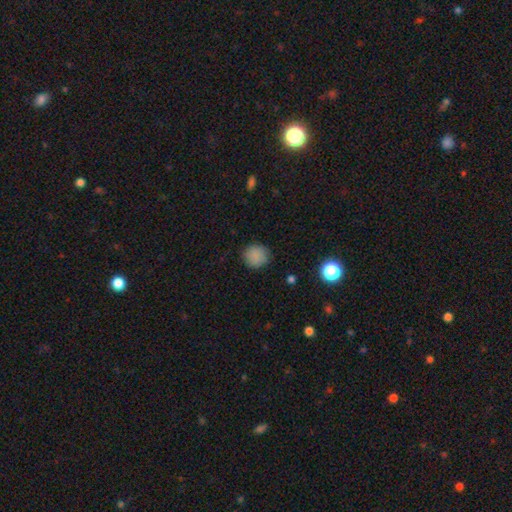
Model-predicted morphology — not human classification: Overall: smooth (86%). How rounded: round (90%). Merging: none (86%).